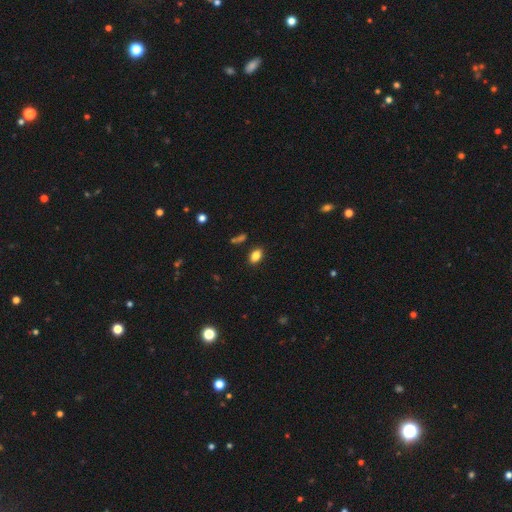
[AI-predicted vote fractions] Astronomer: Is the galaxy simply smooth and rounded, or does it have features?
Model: smooth — 85%.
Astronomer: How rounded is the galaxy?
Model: in between — 85%.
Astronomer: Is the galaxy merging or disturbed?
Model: none — 87%.